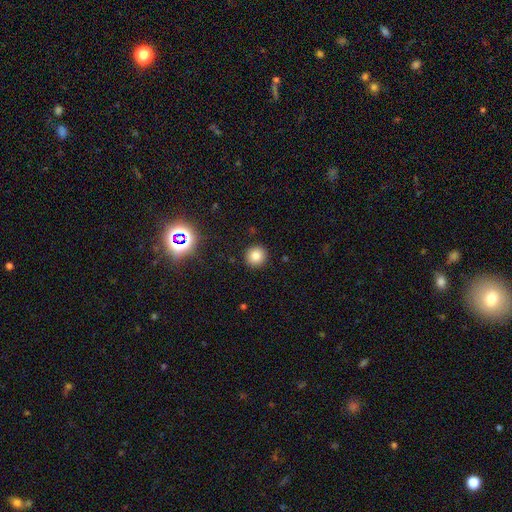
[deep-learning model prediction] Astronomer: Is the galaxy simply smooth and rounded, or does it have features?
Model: smooth — 80%.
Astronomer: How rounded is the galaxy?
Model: round — 93%.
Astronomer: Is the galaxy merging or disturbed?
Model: none — 92%.